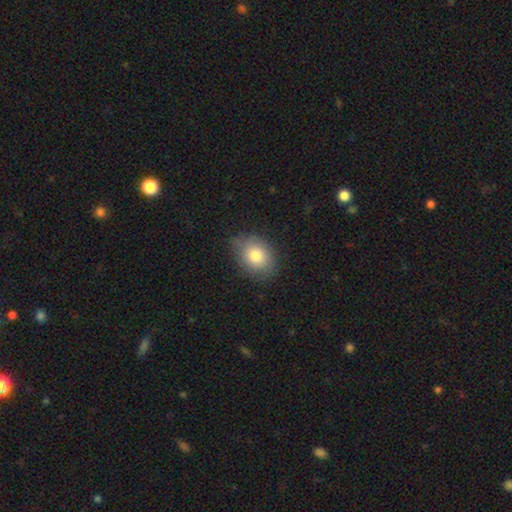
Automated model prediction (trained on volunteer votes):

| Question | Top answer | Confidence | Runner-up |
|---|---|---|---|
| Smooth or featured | smooth | 79% | featured or disk (13%) |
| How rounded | in between | 62% | round (37%) |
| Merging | none | 76% | minor disturbance (18%) |